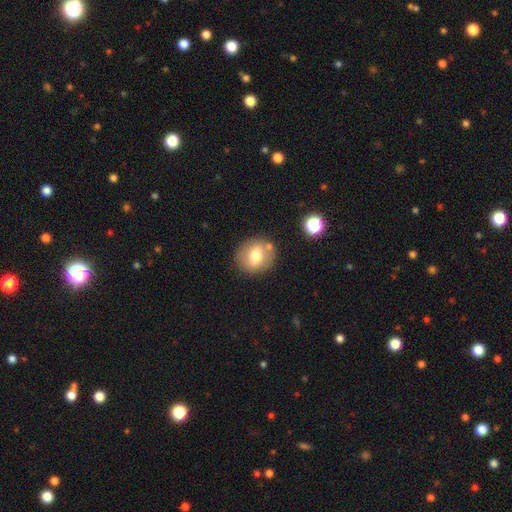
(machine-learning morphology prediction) Smooth or featured?
  - smooth: 68% *
  - featured or disk: 23%
  - star or artifact: 9%
How rounded?
  - round: 75% *
  - in between: 24%
  - cigar-shaped: 1%
Merging?
  - none: 77% *
  - minor disturbance: 12%
  - merger: 7%
  - major disturbance: 4%